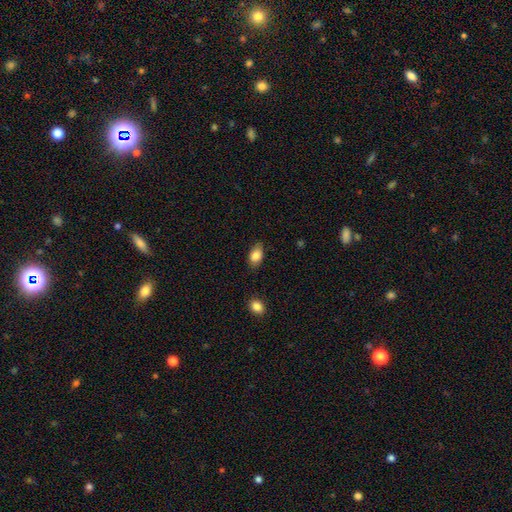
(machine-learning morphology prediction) Q: Smooth or featured?
A: smooth (85%); runner-up: star or artifact (8%)
Q: How rounded?
A: in between (87%); runner-up: round (11%)
Q: Merging?
A: none (79%); runner-up: minor disturbance (16%)